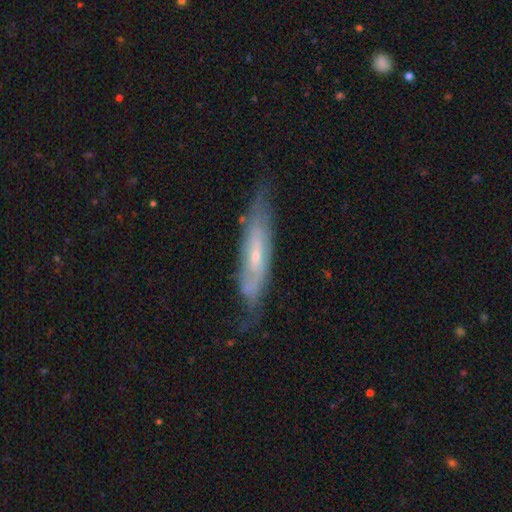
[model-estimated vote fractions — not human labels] A featured or disk galaxy (70%).

Vote fractions:
- Smooth or featured? featured or disk: 70% / smooth: 23% / star or artifact: 7%
- Edge-on disk? no: 55% / yes: 45%
- Merging? none: 68% / minor disturbance: 23% / major disturbance: 7% / merger: 2%